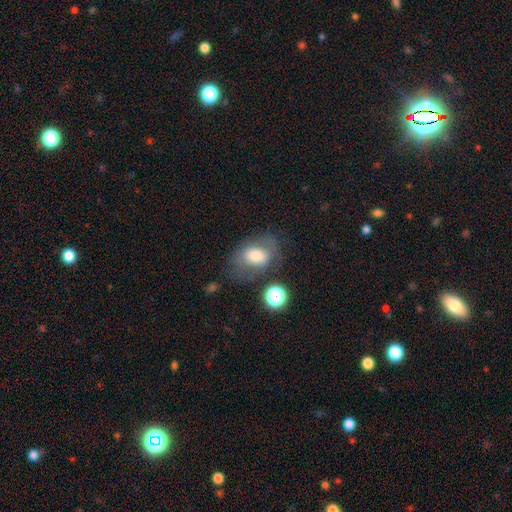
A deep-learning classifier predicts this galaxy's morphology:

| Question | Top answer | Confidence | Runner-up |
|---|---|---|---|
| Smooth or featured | smooth | 58% | featured or disk (30%) |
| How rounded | in between | 73% | round (26%) |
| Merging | none | 57% | minor disturbance (21%) |